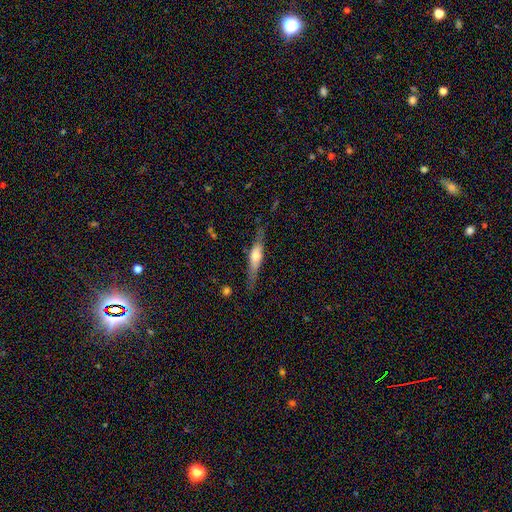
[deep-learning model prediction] A featured or disk galaxy (52%) viewed edge-on (91%). Merging: none (76%).